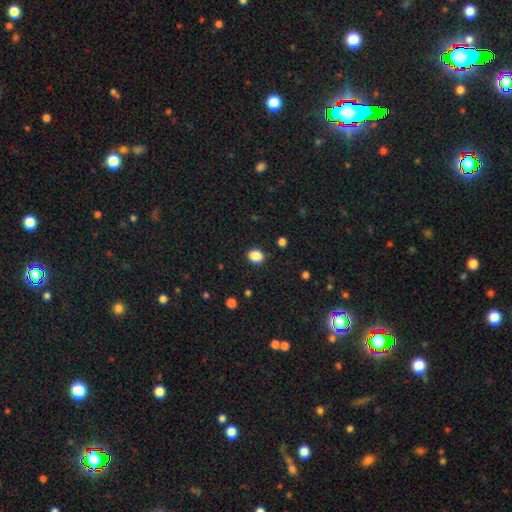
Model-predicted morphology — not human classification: Smooth or featured: smooth — 86% (star or artifact — 10%)
How rounded: round — 64% (in between — 35%)
Merging: none — 89% (minor disturbance — 8%)